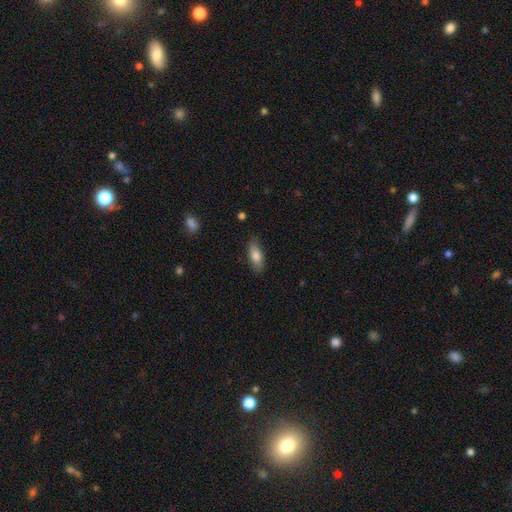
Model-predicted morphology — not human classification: Smooth or featured? smooth (78%)
How rounded? in between (72%)
Merging? none (84%)